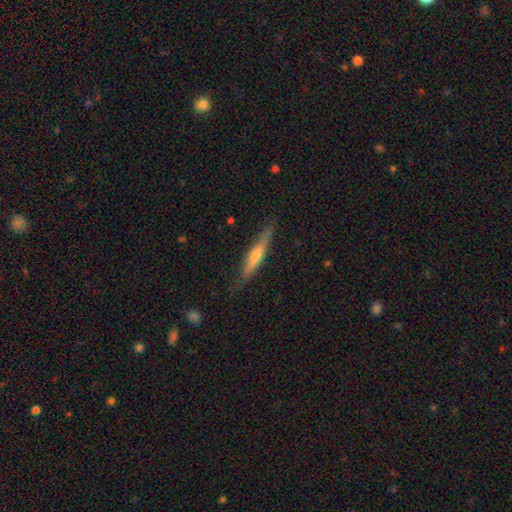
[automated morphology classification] Q: Smooth or featured?
A: featured or disk (64%); runner-up: smooth (30%)
Q: Edge-on disk?
A: yes (96%); runner-up: no (4%)
Q: Edge-on bulge?
A: rounded (75%); runner-up: none (17%)
Q: Merging?
A: none (86%); runner-up: minor disturbance (11%)